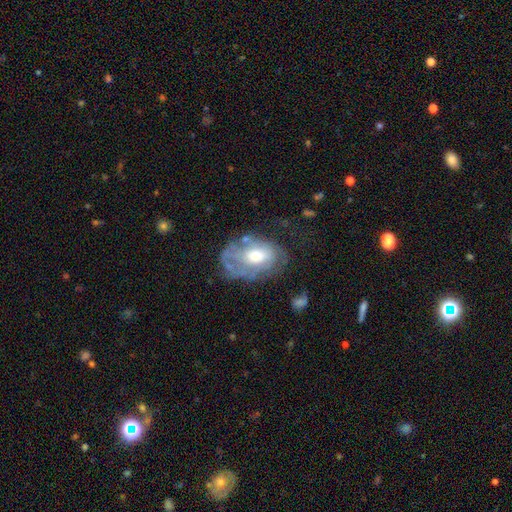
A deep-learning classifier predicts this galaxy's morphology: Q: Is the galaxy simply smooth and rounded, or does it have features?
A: featured or disk — 61%.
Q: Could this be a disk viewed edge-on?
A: no — 95%.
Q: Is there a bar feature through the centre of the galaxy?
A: no — 72%.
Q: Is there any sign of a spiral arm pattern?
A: yes — 53%.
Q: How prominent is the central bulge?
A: moderate — 60%.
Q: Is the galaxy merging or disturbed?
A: none — 43%.